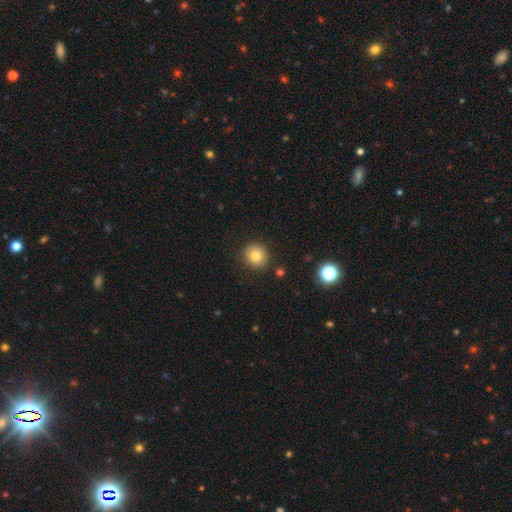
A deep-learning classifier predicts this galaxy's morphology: Smooth or featured?
  - smooth: 81% *
  - star or artifact: 11%
  - featured or disk: 8%
How rounded?
  - round: 87% *
  - in between: 12%
  - cigar-shaped: 1%
Merging?
  - none: 89% *
  - minor disturbance: 7%
  - major disturbance: 2%
  - merger: 2%